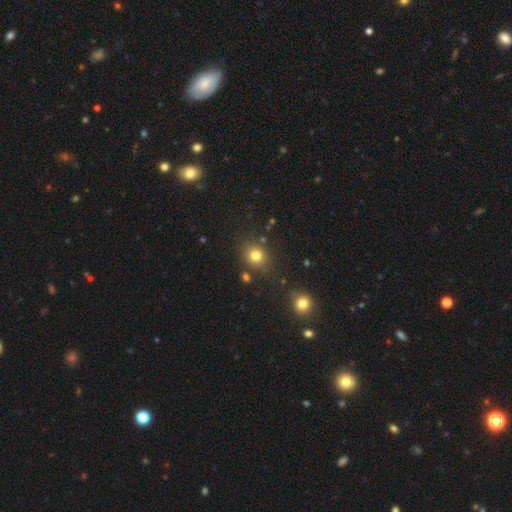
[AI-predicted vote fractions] The model was most divided on "how rounded": round: 79%, in between: 20%, cigar-shaped: 1%. More confident: merging — none (81%); smooth or featured — smooth (78%).